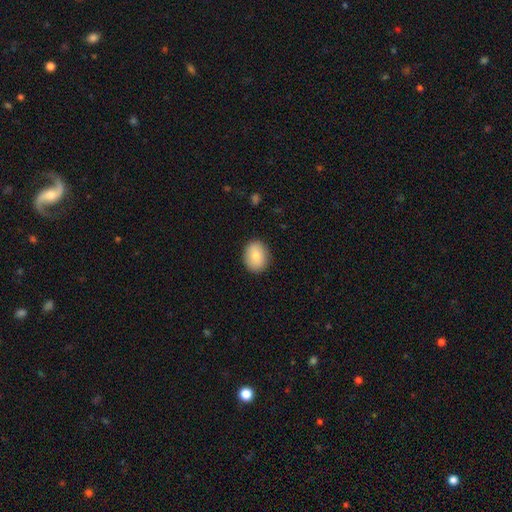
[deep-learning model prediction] A smooth galaxy with no disk features (80%) that is in between round and cigar-shaped (52%).

Vote fractions:
- Smooth or featured? smooth: 80% / featured or disk: 12% / star or artifact: 7%
- How rounded? in between: 52% / round: 47% / cigar-shaped: 1%
- Merging? none: 89% / minor disturbance: 8% / major disturbance: 2% / merger: 1%